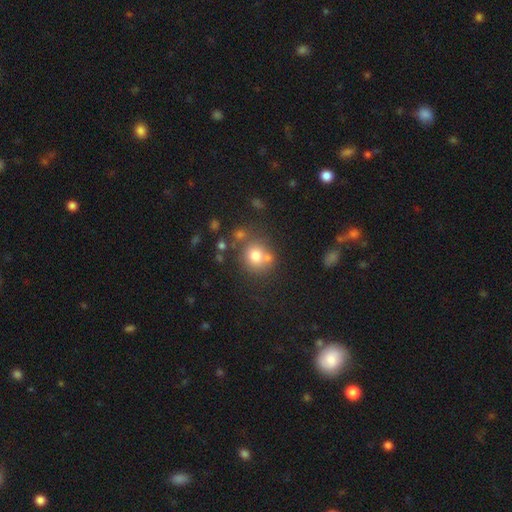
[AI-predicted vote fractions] A smooth galaxy with no disk features (74%) that is round (83%).

Vote fractions:
- Smooth or featured? smooth: 74% / featured or disk: 14% / star or artifact: 13%
- How rounded? round: 83% / in between: 16% / cigar-shaped: 1%
- Merging? none: 60% / merger: 21% / minor disturbance: 13% / major disturbance: 6%